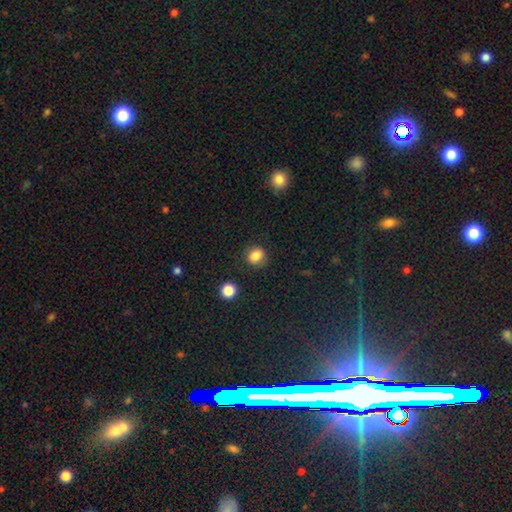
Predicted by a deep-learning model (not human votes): smooth-or-featured: smooth: 84% | star or artifact: 11% | featured or disk: 5%
  how-rounded: round: 67% | in between: 32% | cigar-shaped: 1%
  merging: none: 84% | minor disturbance: 10% | major disturbance: 3% | merger: 2%